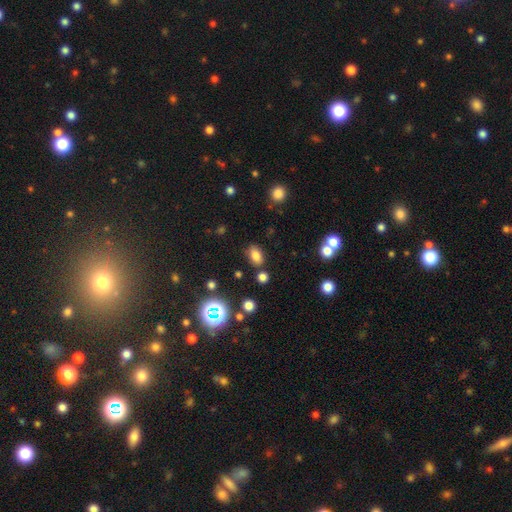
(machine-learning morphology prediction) Smooth or featured?
  - smooth: 77% *
  - star or artifact: 16%
  - featured or disk: 8%
How rounded?
  - in between: 84% *
  - round: 14%
  - cigar-shaped: 2%
Merging?
  - none: 79% *
  - minor disturbance: 12%
  - merger: 6%
  - major disturbance: 3%